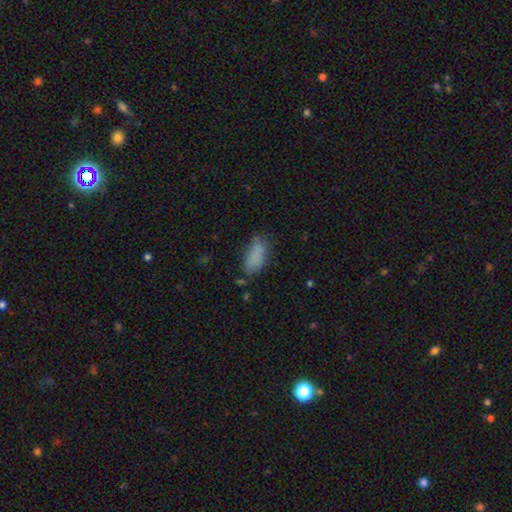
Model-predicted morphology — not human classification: Smooth or featured: smooth — 82% (star or artifact — 10%)
How rounded: in between — 84% (cigar-shaped — 13%)
Merging: none — 58% (minor disturbance — 27%)